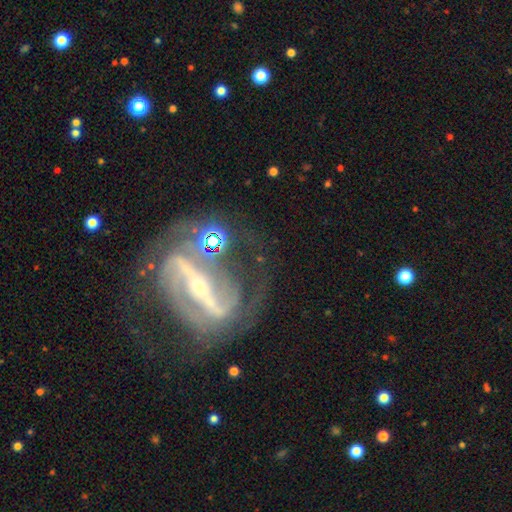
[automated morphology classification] Smooth or featured? Predicted: featured or disk (p=0.88). Edge-on disk? Predicted: no (p=0.86). Bar? Predicted: strong (p=0.83). Spiral arms? Predicted: yes (p=0.91). Spiral winding? Predicted: medium (p=0.41). Spiral arm count? Predicted: 2 (p=0.78). Bulge size? Predicted: small (p=0.67). Merging? Predicted: none (p=0.56).